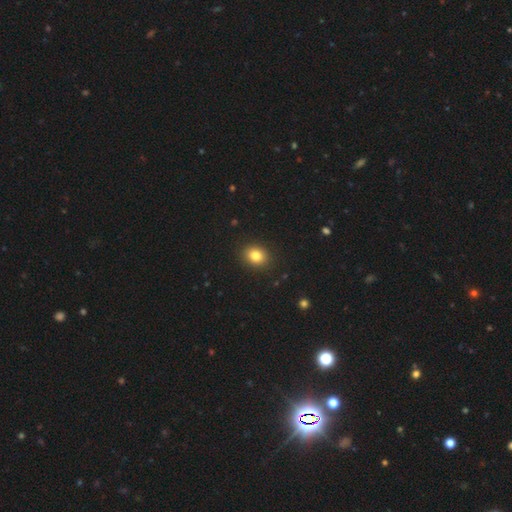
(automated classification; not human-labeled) Overall: smooth (83%). How rounded: round (54%; in between 45%). Merging: none (90%).